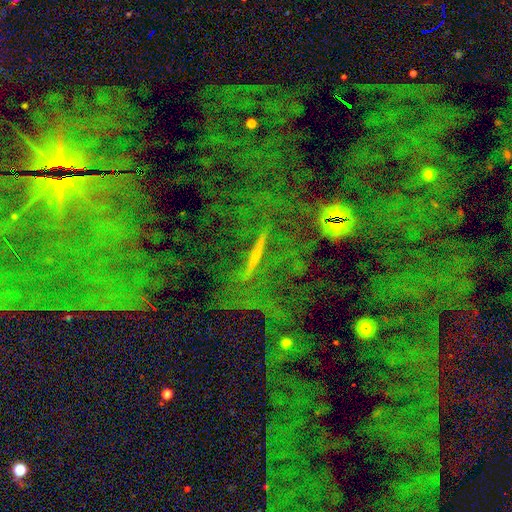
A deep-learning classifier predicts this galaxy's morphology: This is marginally a star or artifact rather than a galaxy (45%).